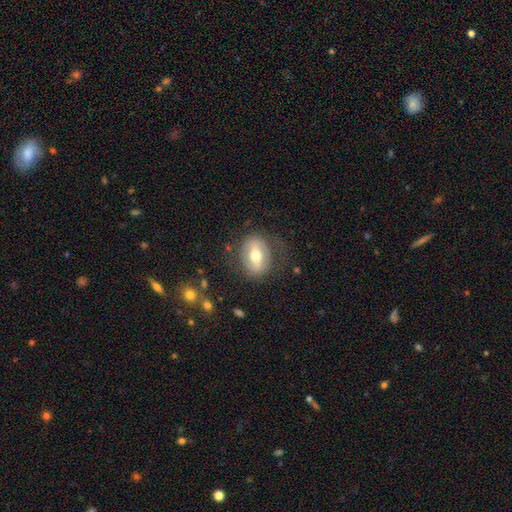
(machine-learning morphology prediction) Smooth or featured? Predicted: featured or disk (p=0.52). Edge-on disk? Predicted: no (p=0.89). Merging? Predicted: none (p=0.72).